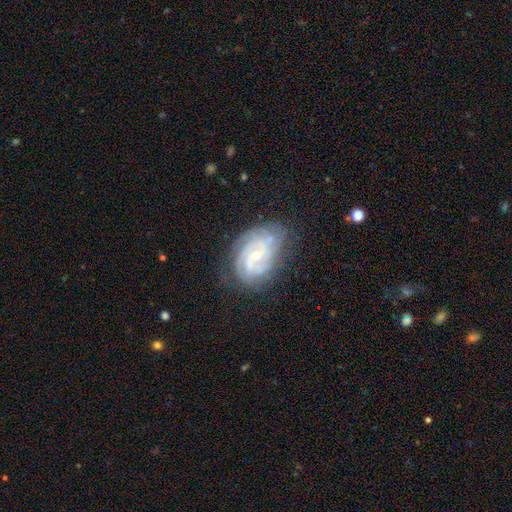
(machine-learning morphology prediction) A featured or disk galaxy (85%) with no bar (53%), tight (66%) spiral arms (96%) and a small central bulge (70%). Merging: none (72%).